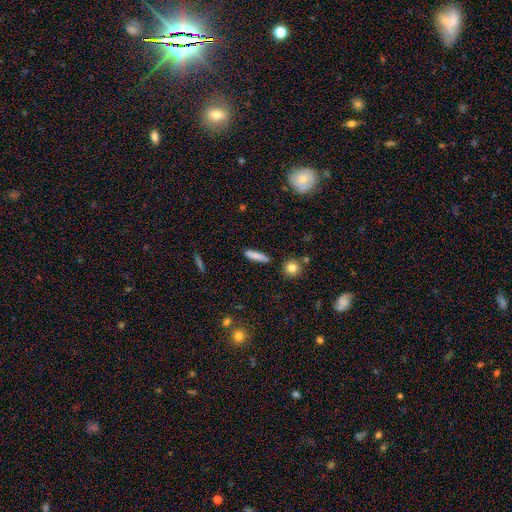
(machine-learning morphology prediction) Smooth or featured: smooth — 82% (featured or disk — 11%)
How rounded: cigar-shaped — 80% (in between — 18%)
Merging: none — 86% (minor disturbance — 10%)